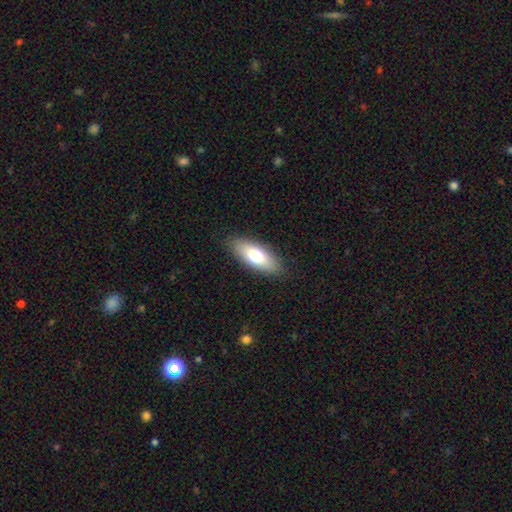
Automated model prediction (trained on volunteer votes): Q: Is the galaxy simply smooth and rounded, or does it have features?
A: smooth — 72%.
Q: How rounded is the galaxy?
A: in between — 77%.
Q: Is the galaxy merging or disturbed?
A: none — 87%.